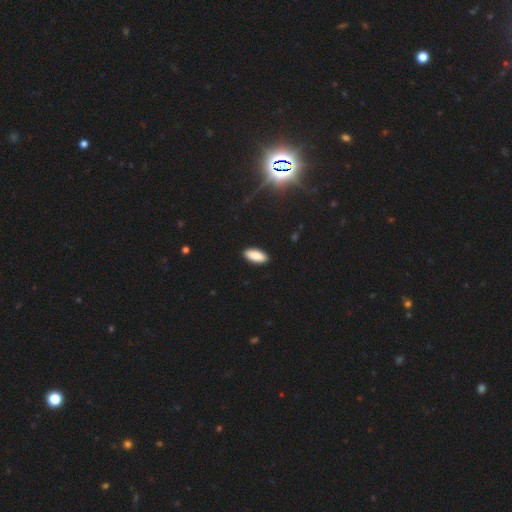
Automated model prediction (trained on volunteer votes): Smooth or featured?
  - smooth: 87% *
  - star or artifact: 7%
  - featured or disk: 6%
How rounded?
  - in between: 85% *
  - cigar-shaped: 13%
  - round: 2%
Merging?
  - none: 90% *
  - minor disturbance: 7%
  - major disturbance: 2%
  - merger: 1%